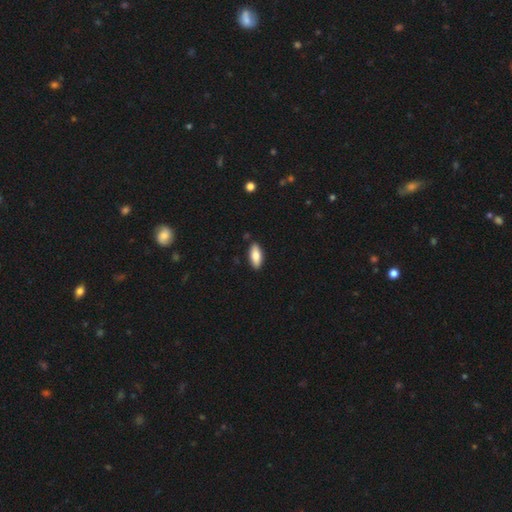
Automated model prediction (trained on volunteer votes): smooth_or_featured: smooth (p=0.81) [alt: featured or disk p=0.13]
how_rounded: in between (p=0.80) [alt: cigar-shaped p=0.18]
merging: none (p=0.88) [alt: minor disturbance p=0.09]